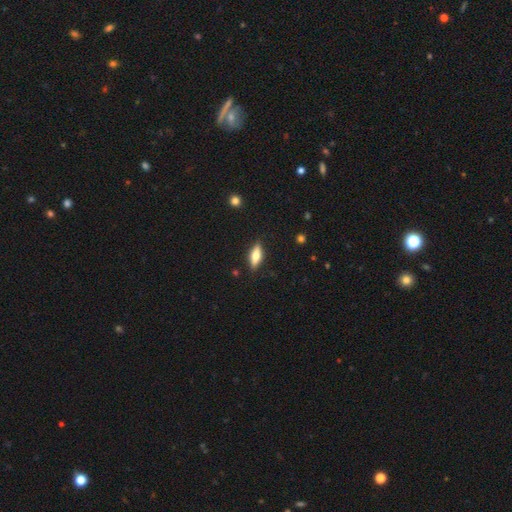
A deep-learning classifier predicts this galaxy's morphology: Smooth or featured? Predicted: smooth (p=0.54). How rounded? Predicted: in between (p=0.56). Merging? Predicted: none (p=0.87).